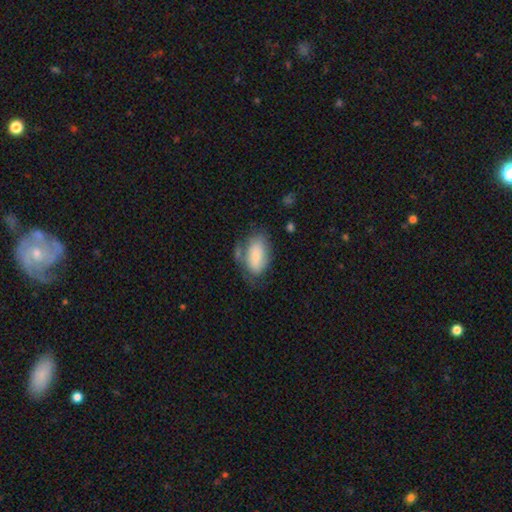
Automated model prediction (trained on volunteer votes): A smooth galaxy with no disk features (75%) that is in between round and cigar-shaped (92%).

Vote fractions:
- Smooth or featured? smooth: 75% / featured or disk: 18% / star or artifact: 7%
- How rounded? in between: 92% / cigar-shaped: 4% / round: 4%
- Merging? none: 49% / minor disturbance: 28% / major disturbance: 14% / merger: 9%